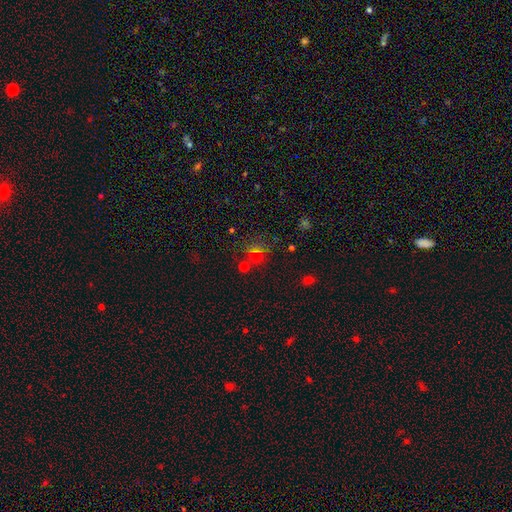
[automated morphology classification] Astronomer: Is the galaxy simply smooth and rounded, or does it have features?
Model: smooth — 53% (runner-up: star or artifact, 36%).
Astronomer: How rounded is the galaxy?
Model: round — 84%.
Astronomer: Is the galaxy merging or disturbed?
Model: none — 64%.